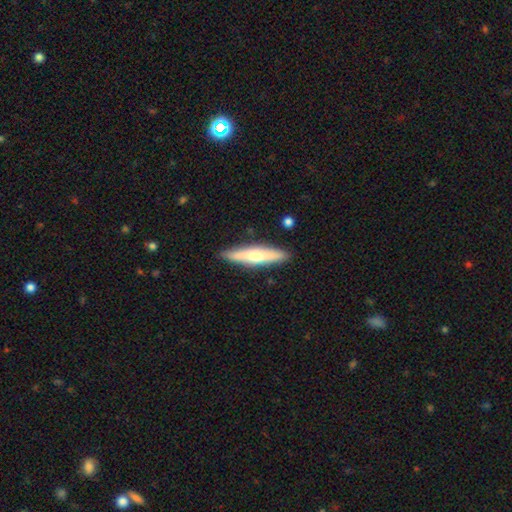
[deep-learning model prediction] Q: Smooth or featured?
A: smooth (56%); runner-up: featured or disk (38%)
Q: How rounded?
A: cigar-shaped (85%); runner-up: in between (14%)
Q: Merging?
A: none (88%); runner-up: minor disturbance (9%)